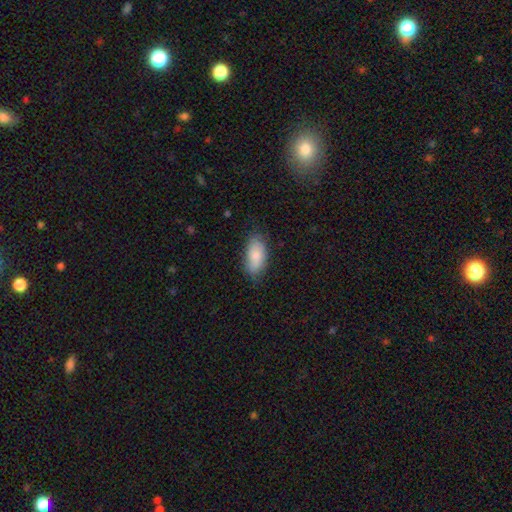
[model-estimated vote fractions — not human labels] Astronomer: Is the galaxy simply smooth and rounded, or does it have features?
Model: smooth — 82%.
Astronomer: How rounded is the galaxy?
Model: in between — 92%.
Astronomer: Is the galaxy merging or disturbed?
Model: none — 74%.